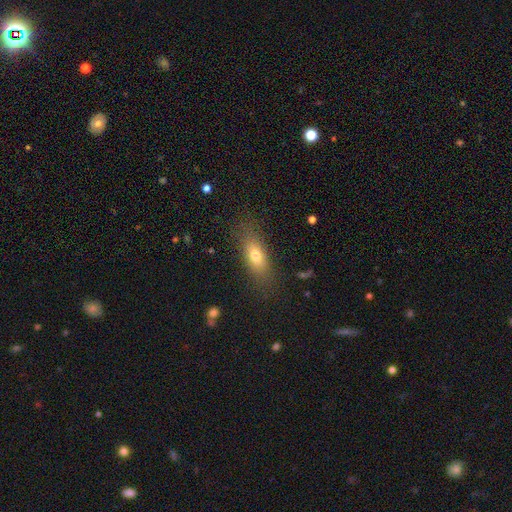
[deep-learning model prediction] Smooth or featured?
  - smooth: 74% *
  - featured or disk: 17%
  - star or artifact: 10%
How rounded?
  - in between: 71% *
  - cigar-shaped: 22%
  - round: 7%
Merging?
  - none: 79% *
  - minor disturbance: 14%
  - major disturbance: 6%
  - merger: 1%